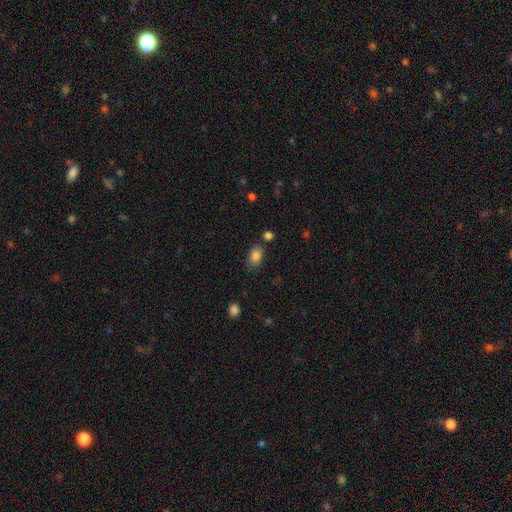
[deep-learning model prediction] This is clearly a smooth galaxy (85%). How rounded: clearly in between (82%). Merging: likely none (72%).